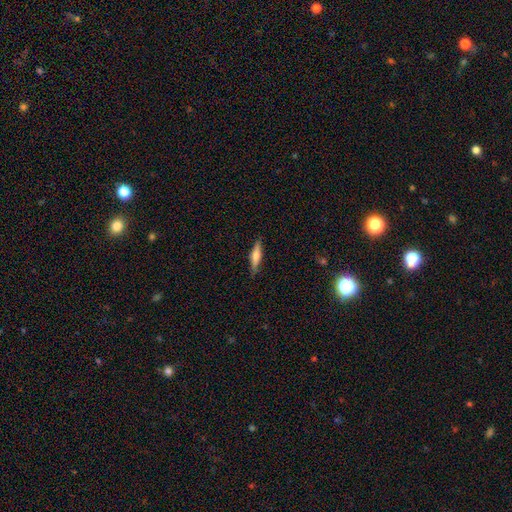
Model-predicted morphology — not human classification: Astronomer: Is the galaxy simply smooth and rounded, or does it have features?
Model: smooth — 50% (runner-up: featured or disk, 43%).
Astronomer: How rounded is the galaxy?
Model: cigar-shaped — 77%.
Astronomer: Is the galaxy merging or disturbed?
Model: none — 86%.